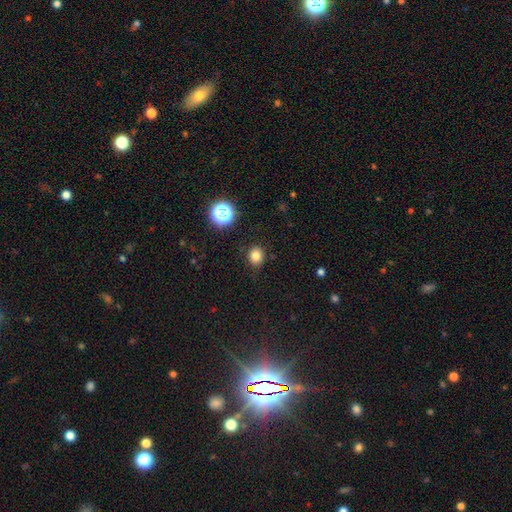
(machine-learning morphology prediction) smooth 81%, star or artifact 14%, featured or disk 5%. Down the decision tree: how rounded — round (71%); merging — none (87%).